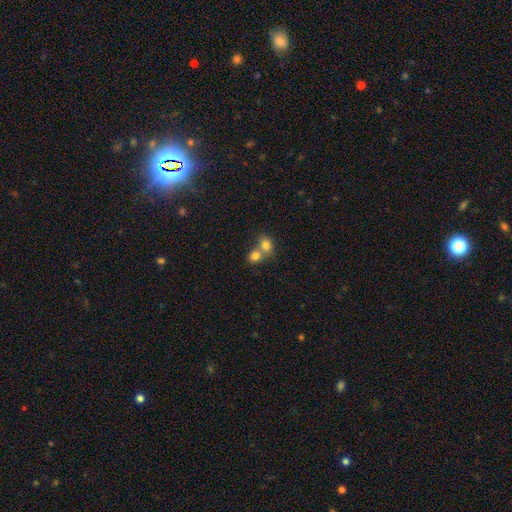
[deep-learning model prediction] smooth-or-featured: smooth: 78% | star or artifact: 11% | featured or disk: 11%
  how-rounded: round: 66% | in between: 33% | cigar-shaped: 1%
  merging: merger: 63% | none: 30% | minor disturbance: 5% | major disturbance: 2%